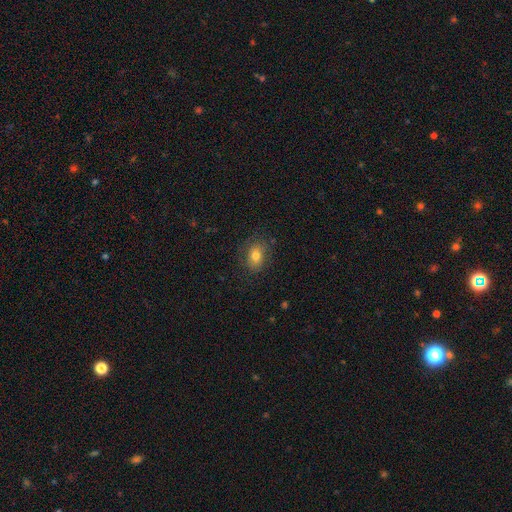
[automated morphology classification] Smooth or featured? smooth (75%)
How rounded? in between (68%)
Merging? none (77%)